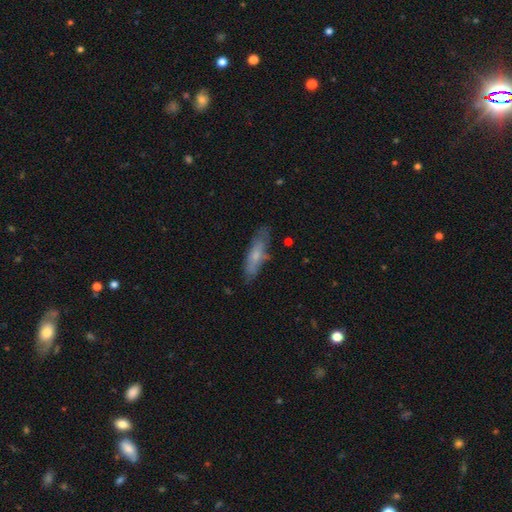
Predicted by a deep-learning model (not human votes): smooth_or_featured: smooth (p=0.59) [alt: featured or disk p=0.35]
how_rounded: cigar-shaped (p=0.64) [alt: in between p=0.34]
merging: none (p=0.71) [alt: minor disturbance p=0.21]